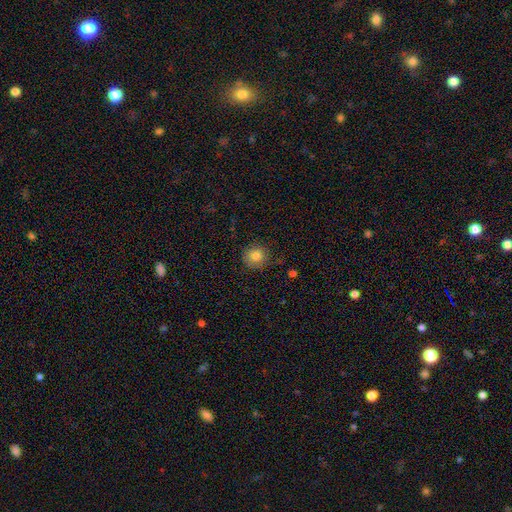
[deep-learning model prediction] smooth_or_featured: smooth (p=0.82) [alt: star or artifact p=0.11]
how_rounded: round (p=0.91) [alt: in between p=0.08]
merging: none (p=0.83) [alt: minor disturbance p=0.13]